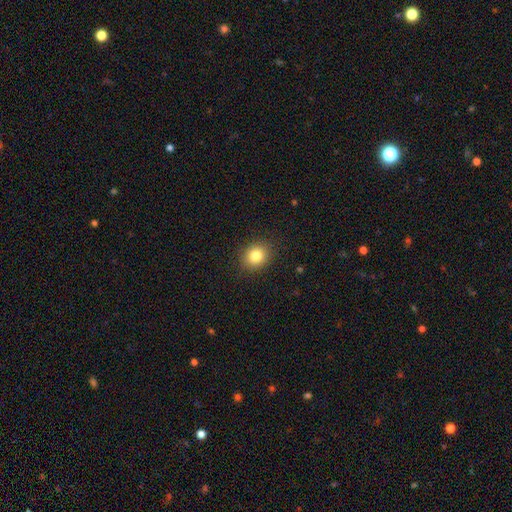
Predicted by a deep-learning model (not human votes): The model was most divided on "how rounded": round: 69%, in between: 31%, cigar-shaped: 1%. More confident: merging — none (89%); smooth or featured — smooth (82%).